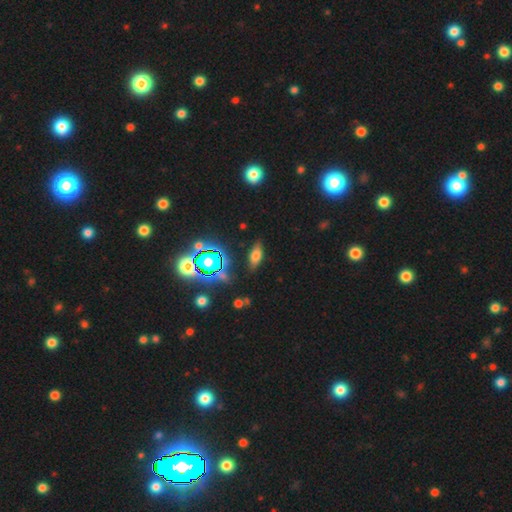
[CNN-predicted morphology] type=smooth (59%); roundness=in between (77%); merging=none (83%).